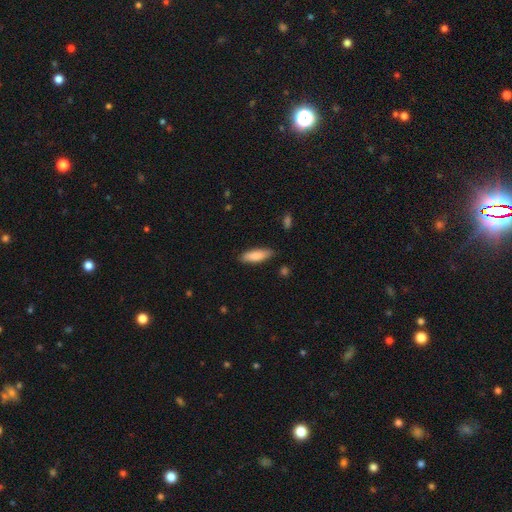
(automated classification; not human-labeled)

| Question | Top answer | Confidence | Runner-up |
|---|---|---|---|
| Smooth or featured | smooth | 86% | featured or disk (9%) |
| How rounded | in between | 56% | cigar-shaped (42%) |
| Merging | none | 85% | minor disturbance (12%) |